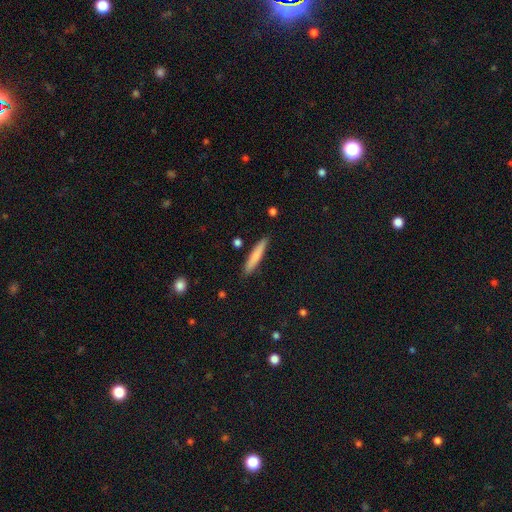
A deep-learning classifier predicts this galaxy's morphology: smooth_or_featured: smooth (p=0.75) [alt: featured or disk p=0.19]
how_rounded: cigar-shaped (p=0.91) [alt: in between p=0.07]
merging: none (p=0.89) [alt: minor disturbance p=0.08]